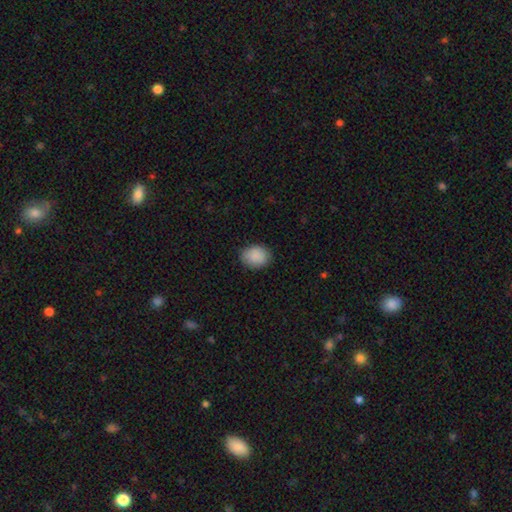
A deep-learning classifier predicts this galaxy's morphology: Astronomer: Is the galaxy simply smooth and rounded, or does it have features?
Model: smooth — 90%.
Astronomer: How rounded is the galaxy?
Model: in between — 53% (runner-up: round, 46%).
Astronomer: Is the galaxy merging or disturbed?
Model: none — 86%.